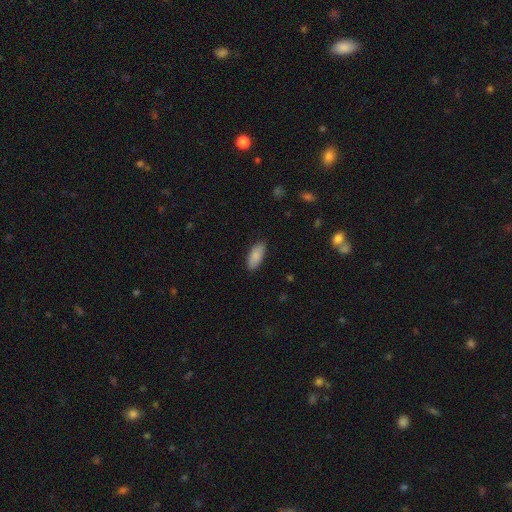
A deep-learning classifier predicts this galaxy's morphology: smooth-or-featured: smooth: 86% | featured or disk: 8% | star or artifact: 6%
  how-rounded: in between: 86% | cigar-shaped: 12% | round: 2%
  merging: none: 86% | minor disturbance: 11% | major disturbance: 2% | merger: 1%